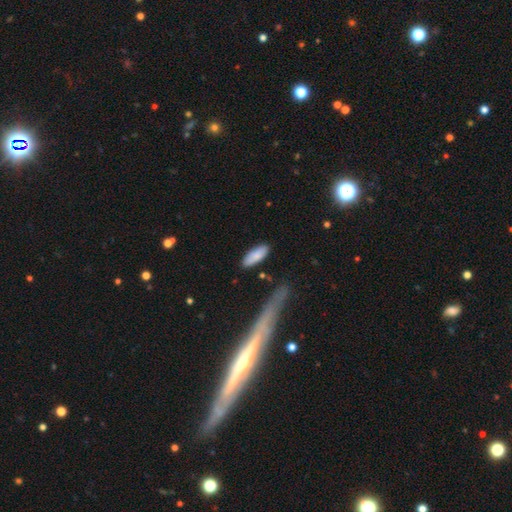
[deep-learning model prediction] smooth_or_featured: smooth (p=0.84) [alt: featured or disk p=0.10]
how_rounded: in between (p=0.72) [alt: cigar-shaped p=0.26]
merging: none (p=0.82) [alt: minor disturbance p=0.12]